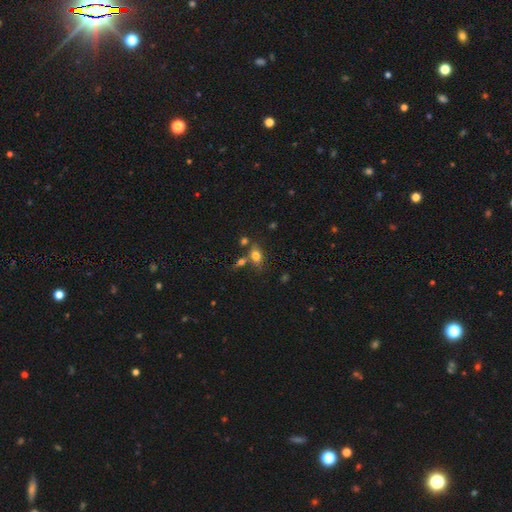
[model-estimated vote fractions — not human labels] Q: Smooth or featured?
A: smooth (76%); runner-up: featured or disk (13%)
Q: How rounded?
A: in between (80%); runner-up: round (15%)
Q: Merging?
A: none (57%); runner-up: merger (23%)